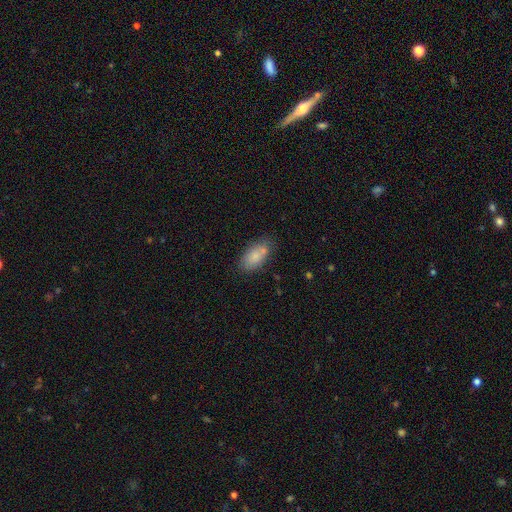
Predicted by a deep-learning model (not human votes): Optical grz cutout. It shows a smooth galaxy with no disk features (81%) that is in between round and cigar-shaped (91%). Merging: none (67%).